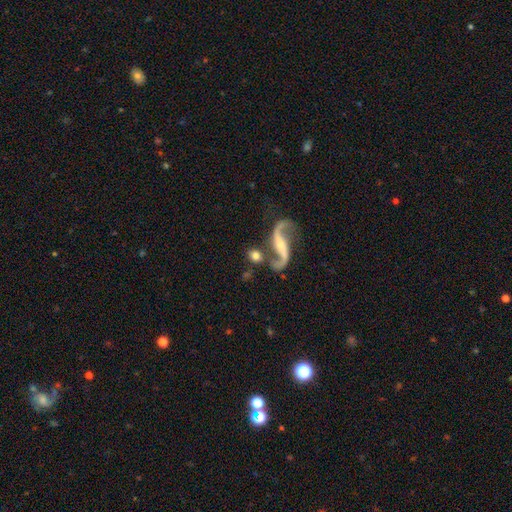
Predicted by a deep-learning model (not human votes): A featured or disk galaxy (67%) with no bar (39%), 2 (91%) loose (88%) spiral arms (91%) and a small central bulge (46%). Merging: none (62%).